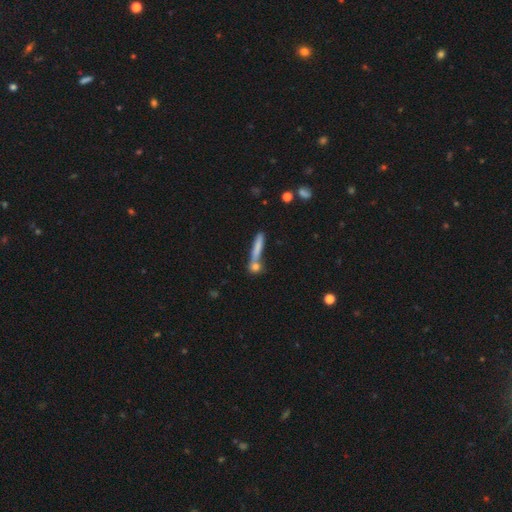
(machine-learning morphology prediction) This is likely a smooth galaxy (61%). How rounded: clearly cigar-shaped (84%). Merging: likely none (60%).